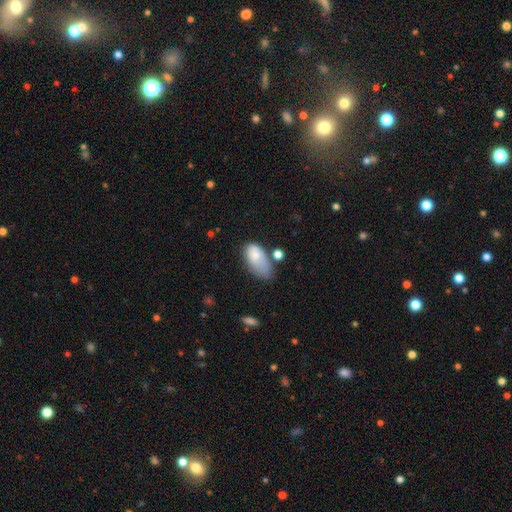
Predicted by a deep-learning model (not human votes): Smooth or featured: smooth — 76% (featured or disk — 16%)
How rounded: in between — 93% (round — 5%)
Merging: minor disturbance — 35% (none — 31%)